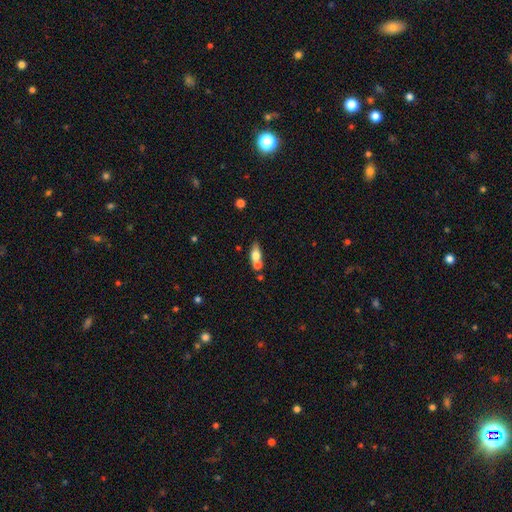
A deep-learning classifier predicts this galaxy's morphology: Smooth or featured?
  - smooth: 67% *
  - featured or disk: 25%
  - star or artifact: 8%
How rounded?
  - in between: 71% *
  - cigar-shaped: 16%
  - round: 13%
Merging?
  - merger: 43% *
  - none: 41%
  - minor disturbance: 12%
  - major disturbance: 5%